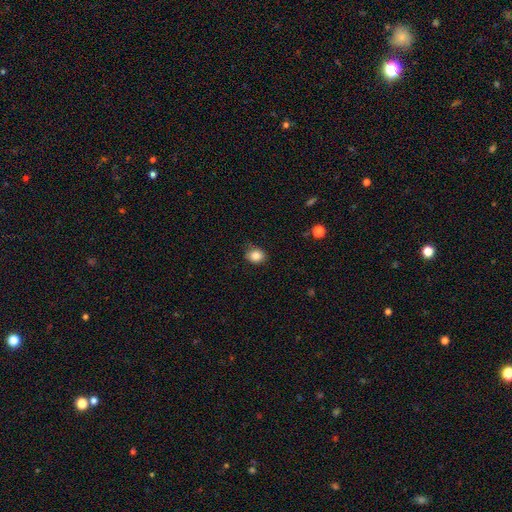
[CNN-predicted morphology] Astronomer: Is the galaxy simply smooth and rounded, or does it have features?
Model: smooth — 85%.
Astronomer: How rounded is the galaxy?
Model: round — 66%.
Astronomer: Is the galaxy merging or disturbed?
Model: none — 79%.